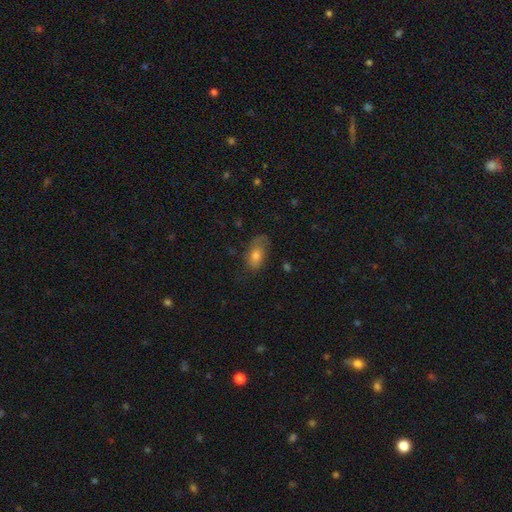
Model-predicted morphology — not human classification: smooth-or-featured: smooth: 70% | featured or disk: 20% | star or artifact: 9%
  how-rounded: in between: 88% | round: 8% | cigar-shaped: 5%
  merging: none: 56% | minor disturbance: 29% | major disturbance: 14% | merger: 2%